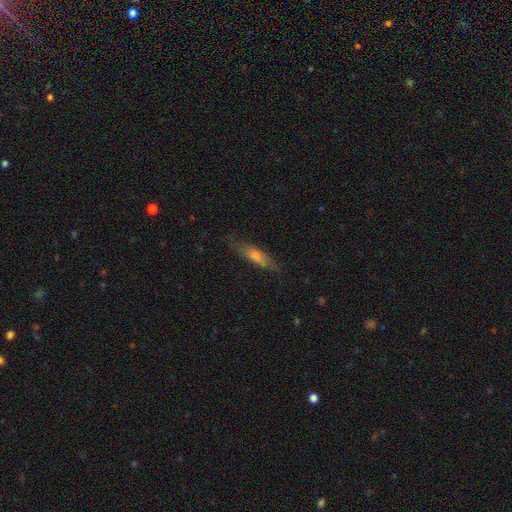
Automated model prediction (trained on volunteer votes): Smooth or featured: smooth — 48% (featured or disk — 43%)
Merging: none — 76% (minor disturbance — 17%)